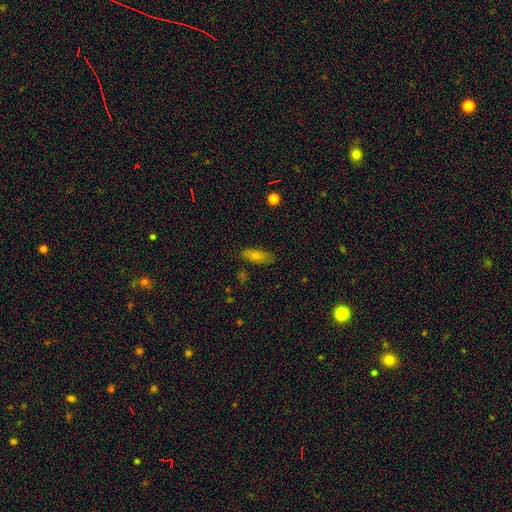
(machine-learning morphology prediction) Overall: smooth (64%; featured or disk 25%). How rounded: in between (59%; cigar-shaped 36%). Merging: none (81%).